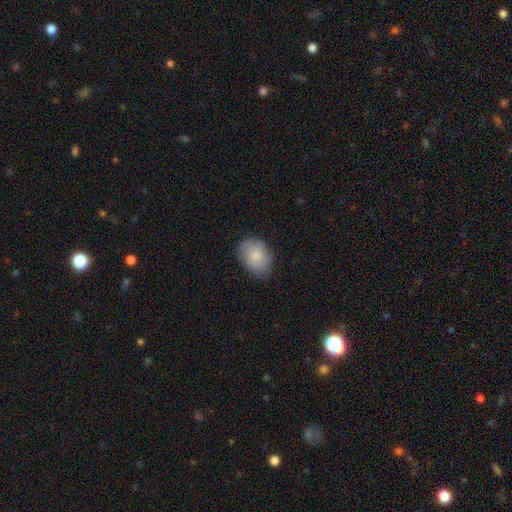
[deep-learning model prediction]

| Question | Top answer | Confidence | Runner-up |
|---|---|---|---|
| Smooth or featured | smooth | 83% | featured or disk (10%) |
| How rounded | in between | 74% | round (25%) |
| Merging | none | 78% | minor disturbance (18%) |